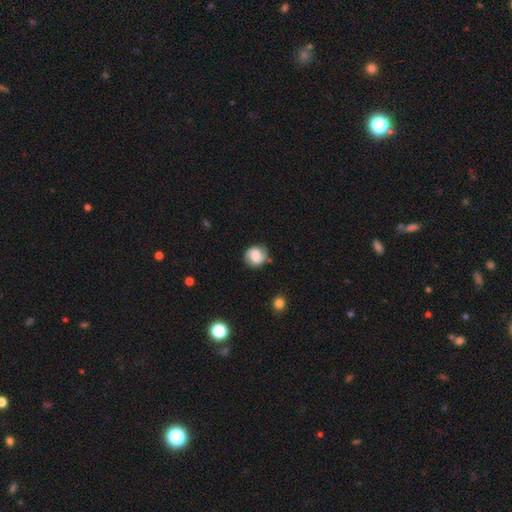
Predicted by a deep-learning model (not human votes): Smooth or featured? Predicted: featured or disk (p=0.48). Merging? Predicted: none (p=0.76).